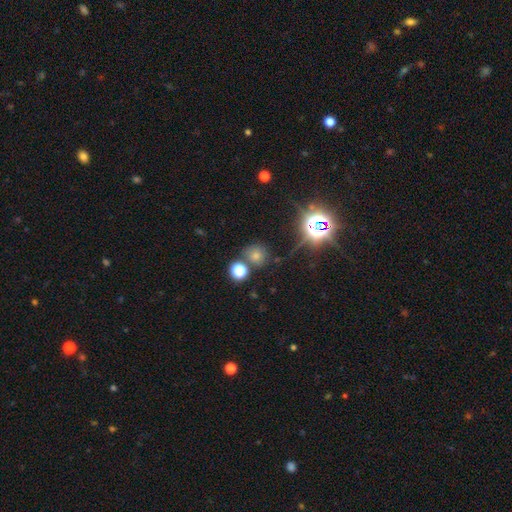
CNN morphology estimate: Overall: smooth (63%; star or artifact 28%). How rounded: round (89%). Merging: none (74%).